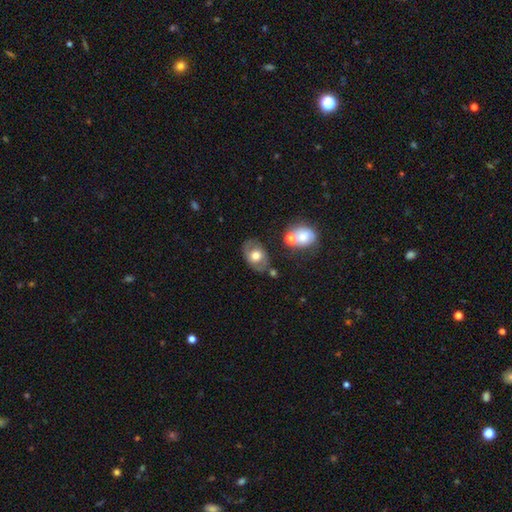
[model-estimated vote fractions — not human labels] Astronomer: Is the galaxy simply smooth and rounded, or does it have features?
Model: smooth — 52% (runner-up: featured or disk, 40%).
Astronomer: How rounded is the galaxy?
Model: in between — 71%.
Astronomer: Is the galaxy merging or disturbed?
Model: none — 72%.